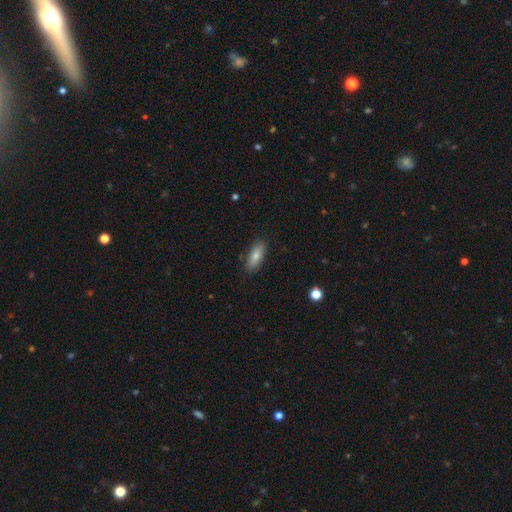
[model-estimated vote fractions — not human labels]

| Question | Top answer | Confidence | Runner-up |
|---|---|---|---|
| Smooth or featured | smooth | 78% | featured or disk (15%) |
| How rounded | in between | 73% | cigar-shaped (24%) |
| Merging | none | 86% | minor disturbance (11%) |